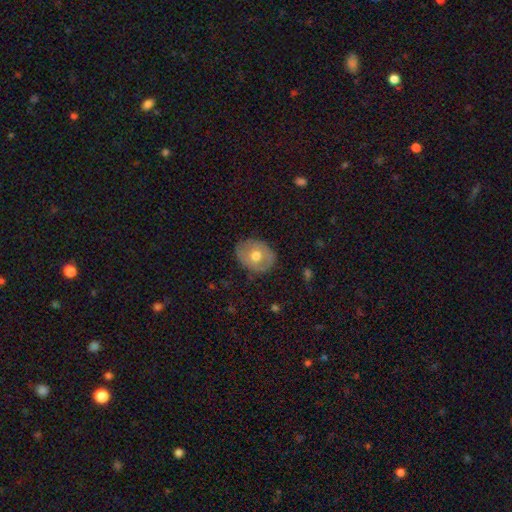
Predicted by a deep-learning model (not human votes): smooth 58%, featured or disk 35%, star or artifact 7%. Down the decision tree: how rounded — in between (51%); merging — none (81%).